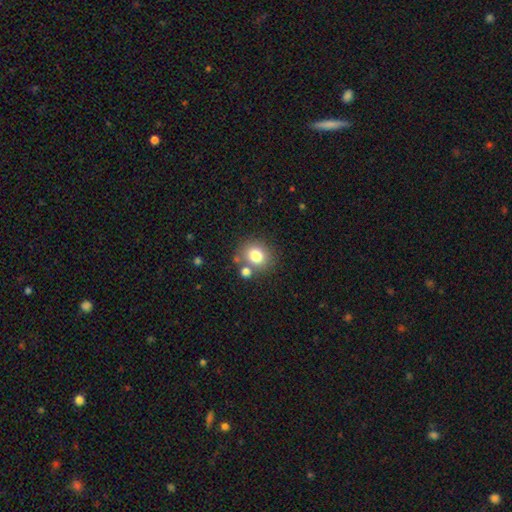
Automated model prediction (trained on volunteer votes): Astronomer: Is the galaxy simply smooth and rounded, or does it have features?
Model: smooth — 79%.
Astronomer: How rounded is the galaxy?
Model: round — 76%.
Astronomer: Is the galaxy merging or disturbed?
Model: none — 70%.